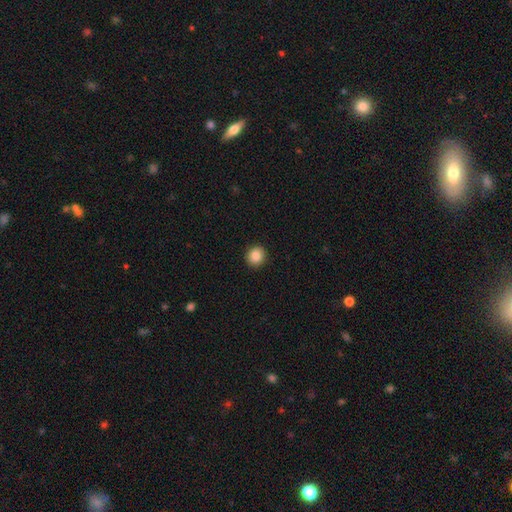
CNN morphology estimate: A smooth galaxy with no disk features (88%) that is round (86%).

Vote fractions:
- Smooth or featured? smooth: 88% / star or artifact: 9% / featured or disk: 3%
- How rounded? round: 86% / in between: 13% / cigar-shaped: 1%
- Merging? none: 91% / minor disturbance: 6% / major disturbance: 2% / merger: 1%